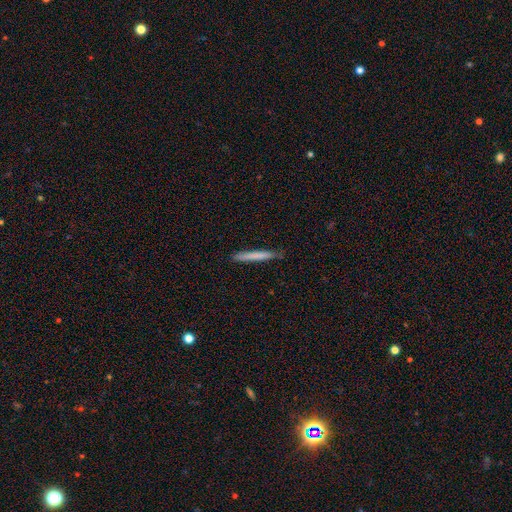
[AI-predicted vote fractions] The model was most divided on "smooth or featured": smooth: 73%, featured or disk: 22%, star or artifact: 6%. More confident: how rounded — cigar-shaped (96%); merging — none (86%).